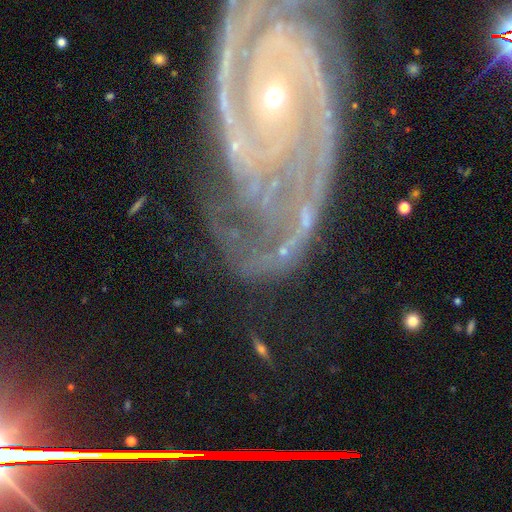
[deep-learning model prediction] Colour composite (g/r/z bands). It shows a featured or disk galaxy (80%) with no bar (65%), 2 (39%) tight (57%) spiral arms (91%) and a small central bulge (59%). Merging: none (62%).